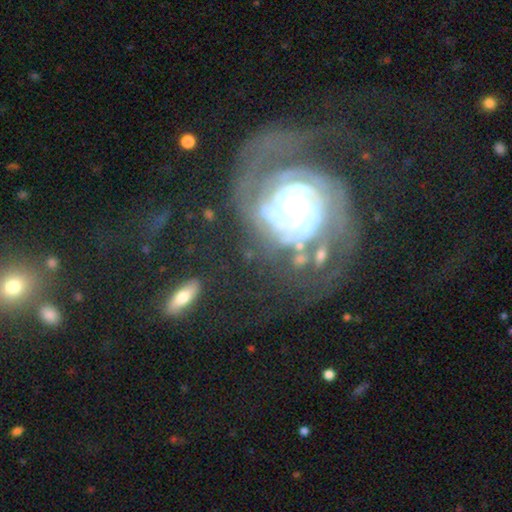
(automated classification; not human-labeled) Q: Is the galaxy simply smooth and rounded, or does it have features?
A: featured or disk — 86%.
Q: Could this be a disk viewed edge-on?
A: no — 97%.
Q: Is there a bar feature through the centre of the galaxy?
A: no — 60%.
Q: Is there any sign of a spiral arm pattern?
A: yes — 94%.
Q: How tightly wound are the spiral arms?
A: tight — 63%.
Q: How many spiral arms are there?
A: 2 — 41%.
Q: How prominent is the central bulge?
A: moderate — 44%.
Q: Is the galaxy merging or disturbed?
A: none — 46%.